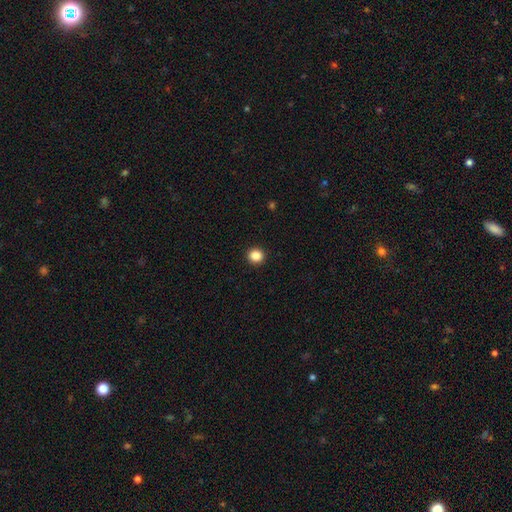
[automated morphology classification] Smooth or featured? Predicted: smooth (p=0.86). How rounded? Predicted: round (p=0.93). Merging? Predicted: none (p=0.93).